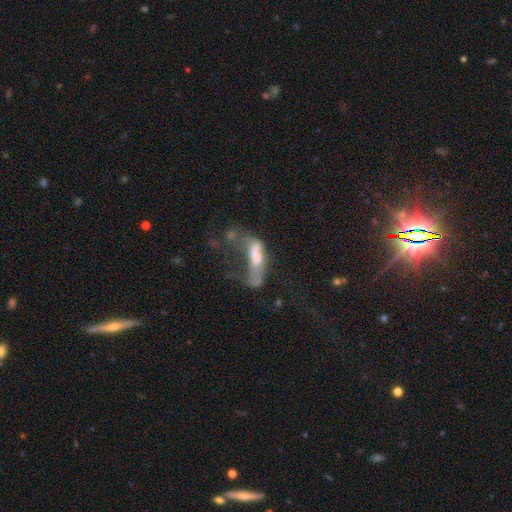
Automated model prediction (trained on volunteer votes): featured or disk 49%, smooth 37%, star or artifact 14%. Down the decision tree: merging — major disturbance (49%).